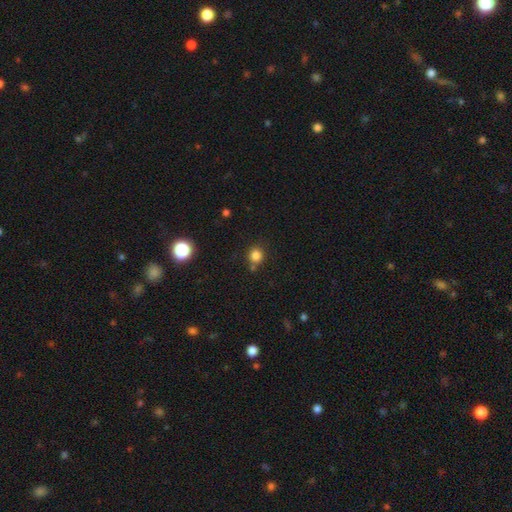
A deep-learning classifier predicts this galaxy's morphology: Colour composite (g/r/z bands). It shows a smooth galaxy with no disk features (82%) that is round (89%). Merging: none (76%).